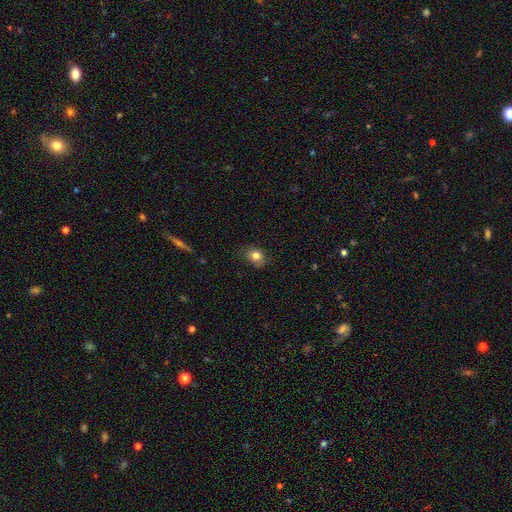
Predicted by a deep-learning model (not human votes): This appears to be a smooth galaxy with no disk features (81%) that is round (51%). Merging: none (77%).